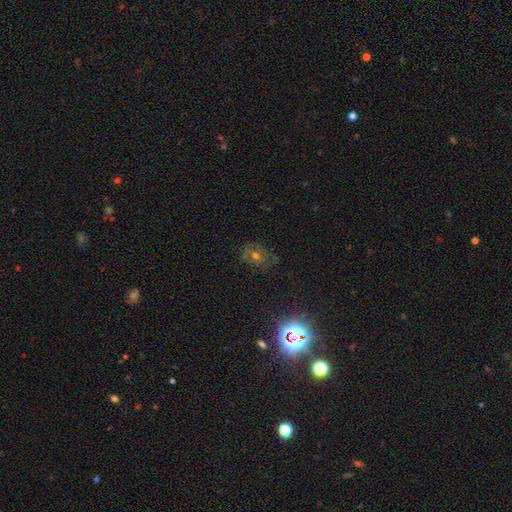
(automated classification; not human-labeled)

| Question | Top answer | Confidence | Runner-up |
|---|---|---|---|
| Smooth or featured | star or artifact | 40% | smooth (35%) |